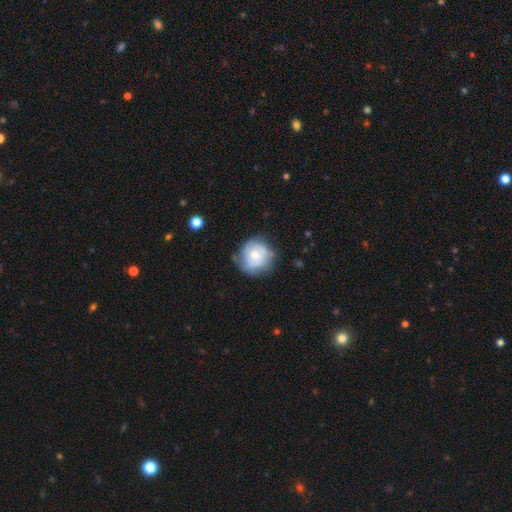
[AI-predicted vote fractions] smooth_or_featured: smooth (p=0.56) [alt: featured or disk p=0.37]
how_rounded: round (p=0.90) [alt: in between p=0.09]
merging: none (p=0.66) [alt: minor disturbance p=0.24]